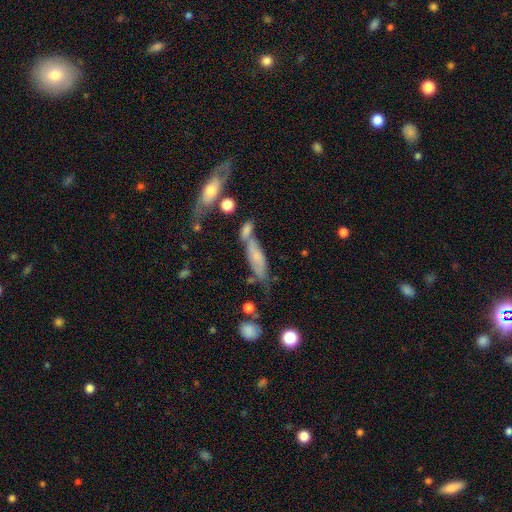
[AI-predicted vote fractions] Smooth or featured? smooth (48%)
Merging? none (43%)